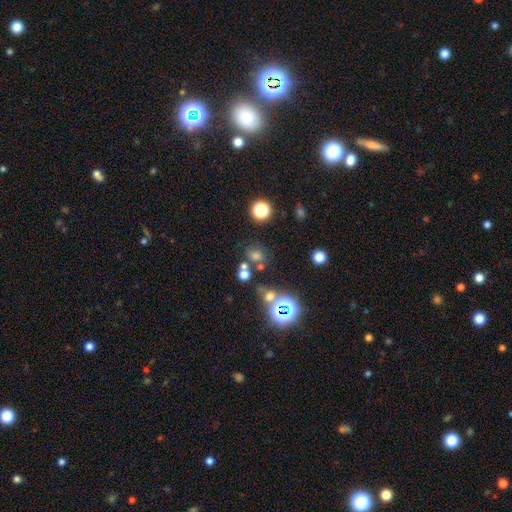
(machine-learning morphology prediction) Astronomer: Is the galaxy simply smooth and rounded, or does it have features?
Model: smooth — 58%.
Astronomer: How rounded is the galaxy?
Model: round — 71%.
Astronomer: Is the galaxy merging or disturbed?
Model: none — 66%.